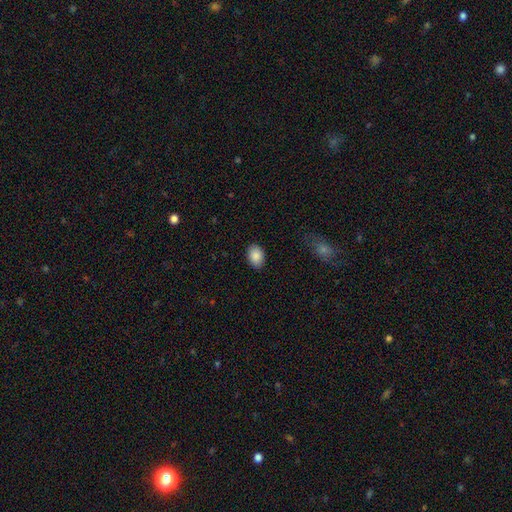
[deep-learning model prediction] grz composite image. It shows a smooth galaxy with no disk features (89%) that is in between round and cigar-shaped (81%). Merging: none (88%).